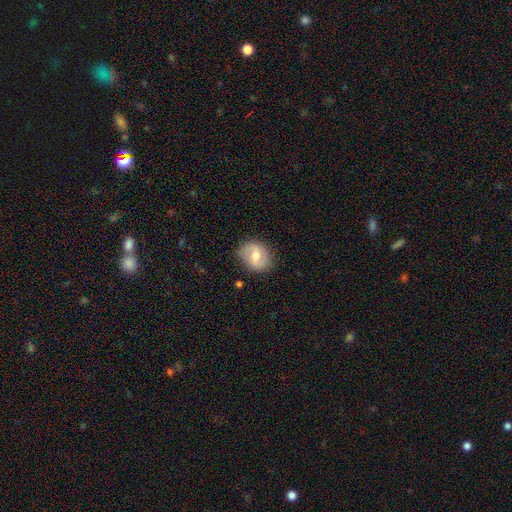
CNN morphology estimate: smooth_or_featured: smooth (p=0.48) [alt: featured or disk p=0.44]
merging: none (p=0.76) [alt: minor disturbance p=0.18]